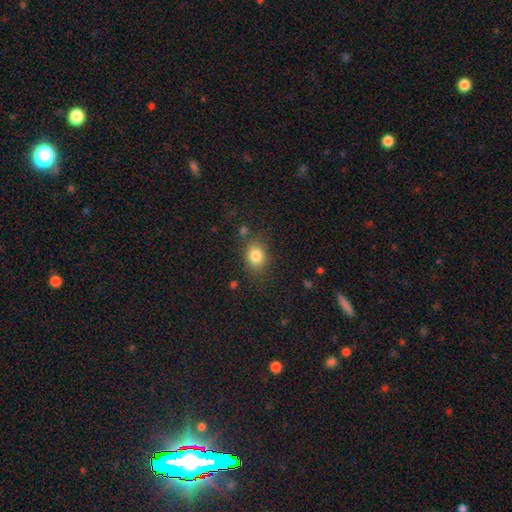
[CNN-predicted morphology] Q: Smooth or featured?
A: smooth (82%); runner-up: star or artifact (11%)
Q: How rounded?
A: in between (54%); runner-up: round (45%)
Q: Merging?
A: none (78%); runner-up: minor disturbance (13%)